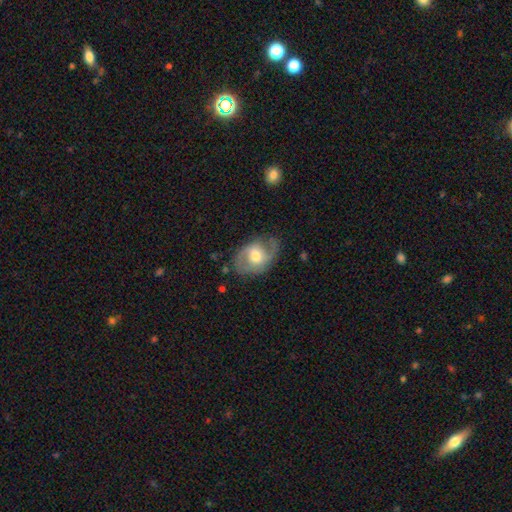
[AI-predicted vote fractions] This is likely a featured or disk galaxy (69%). It is clearly not viewed edge-on (96%). Bar: possibly no (46%). Spiral arm pattern: clearly yes (84%). Spiral arm count: clearly 2 (83%). Spiral winding: possibly medium (49%). Central bulge: likely moderate (64%). Merging: likely none (71%).